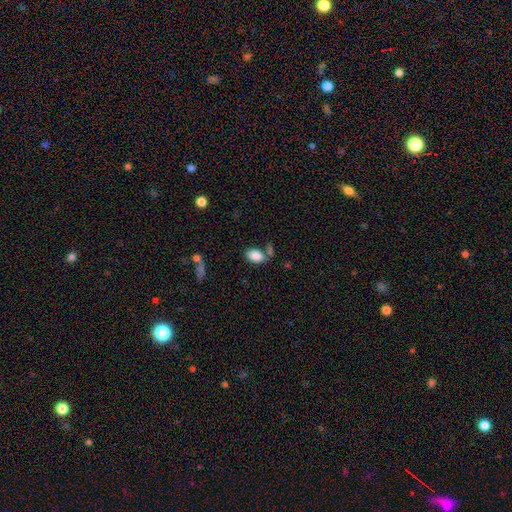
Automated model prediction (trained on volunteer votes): The model was most divided on "merging": none: 63%, merger: 16%, minor disturbance: 15%, major disturbance: 6%. More confident: how rounded — in between (89%); smooth or featured — smooth (86%).